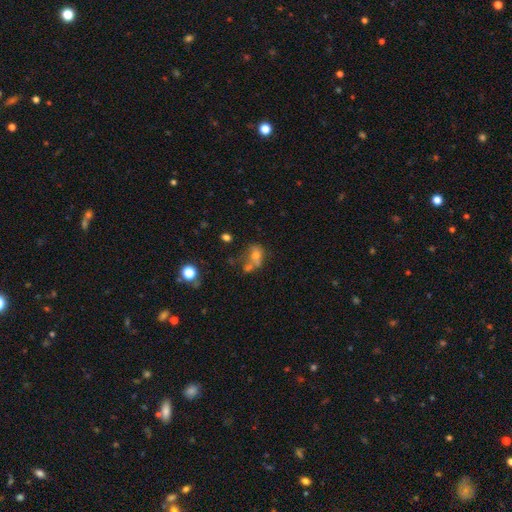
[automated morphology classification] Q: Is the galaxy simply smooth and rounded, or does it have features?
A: smooth — 58%.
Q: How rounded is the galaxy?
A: in between — 51%.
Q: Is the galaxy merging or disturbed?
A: merger — 44%.